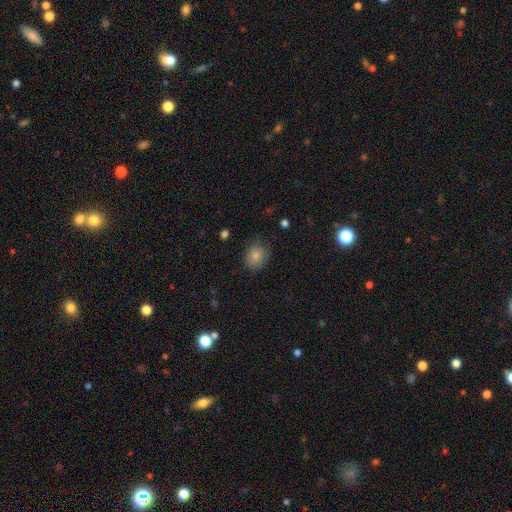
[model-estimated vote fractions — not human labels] smooth 83%, star or artifact 9%, featured or disk 8%. Down the decision tree: how rounded — round (63%); merging — none (74%).